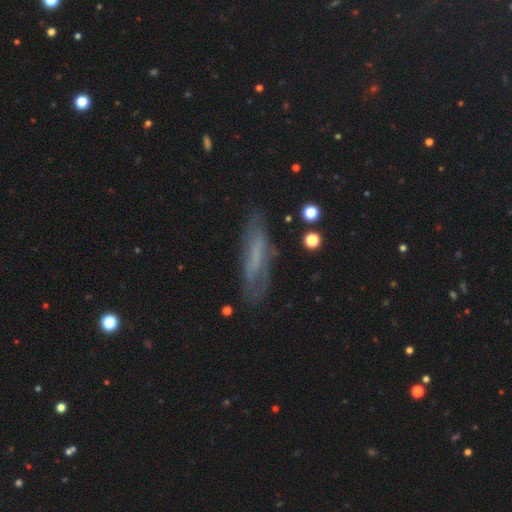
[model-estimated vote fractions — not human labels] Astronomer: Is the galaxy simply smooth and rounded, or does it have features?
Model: featured or disk — 48% (runner-up: smooth, 42%).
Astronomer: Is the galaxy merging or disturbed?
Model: none — 70%.